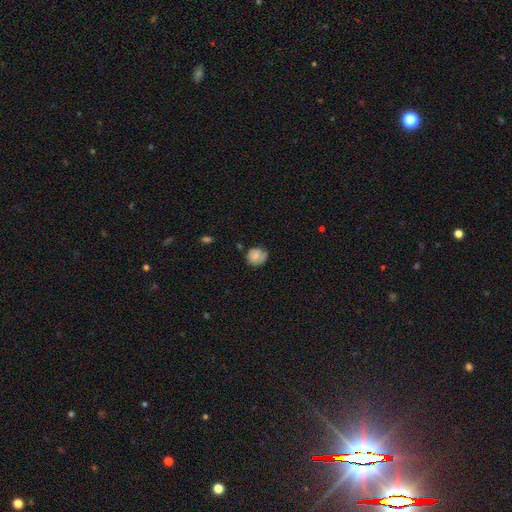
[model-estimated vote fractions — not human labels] A smooth galaxy with no disk features (79%) that is round (79%).

Vote fractions:
- Smooth or featured? smooth: 79% / featured or disk: 13% / star or artifact: 9%
- How rounded? round: 79% / in between: 20% / cigar-shaped: 1%
- Merging? none: 59% / minor disturbance: 30% / major disturbance: 8% / merger: 3%